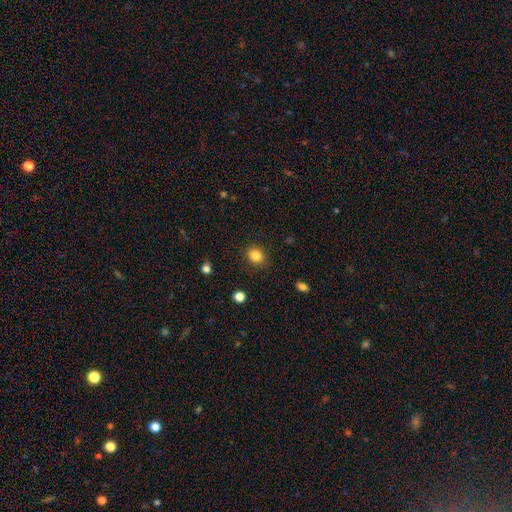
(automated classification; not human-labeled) Smooth or featured: smooth — 85% (star or artifact — 11%)
How rounded: round — 51% (in between — 48%)
Merging: none — 86% (minor disturbance — 9%)